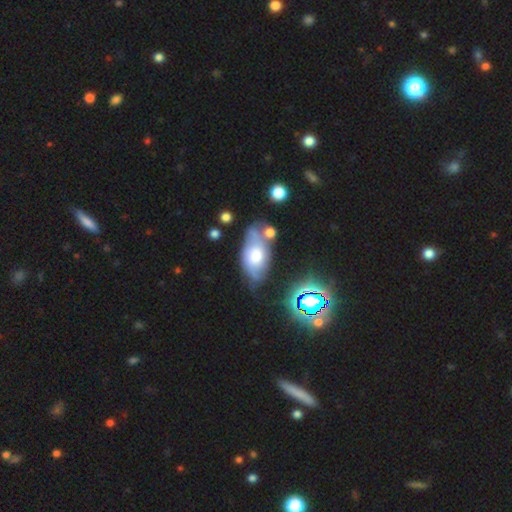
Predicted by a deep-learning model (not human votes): Smooth or featured: smooth — 49% (featured or disk — 39%)
Merging: none — 46% (minor disturbance — 26%)